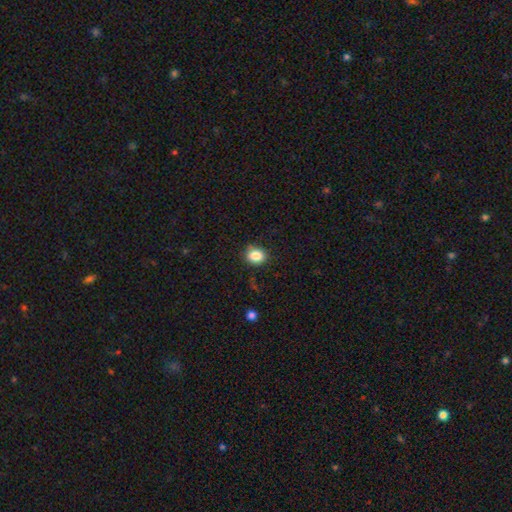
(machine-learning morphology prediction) Smooth or featured: smooth — 85% (star or artifact — 10%)
How rounded: round — 61% (in between — 38%)
Merging: none — 80% (minor disturbance — 14%)